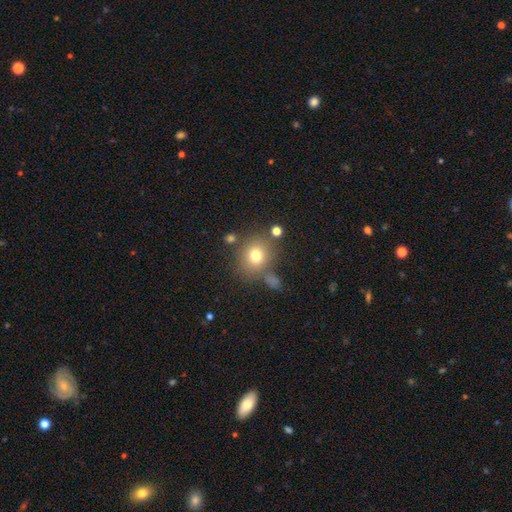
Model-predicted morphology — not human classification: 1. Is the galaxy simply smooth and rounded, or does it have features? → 74% smooth, 13% star or artifact, 12% featured or disk.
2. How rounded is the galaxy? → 75% round, 24% in between, 1% cigar-shaped.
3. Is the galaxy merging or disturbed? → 73% none, 13% minor disturbance, 9% merger, 5% major disturbance.